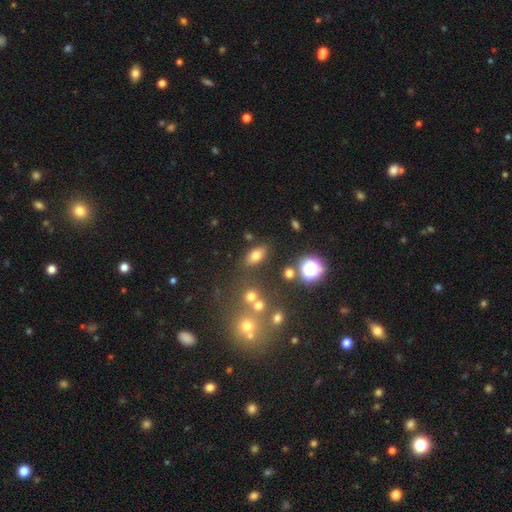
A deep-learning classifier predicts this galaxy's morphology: This is likely a smooth galaxy (71%). How rounded: clearly in between (84%). Merging: clearly none (80%).